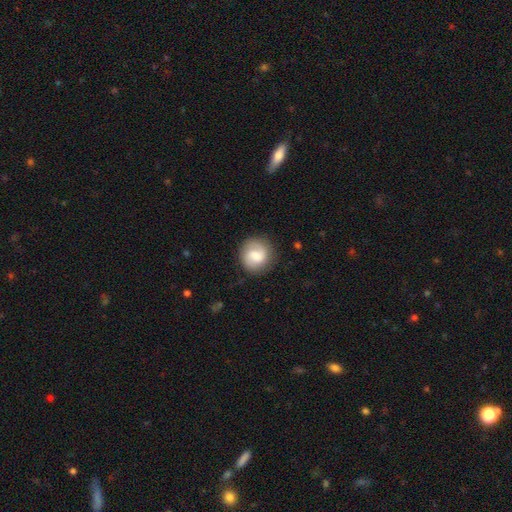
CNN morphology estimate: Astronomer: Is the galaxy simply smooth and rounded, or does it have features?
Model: smooth — 61%.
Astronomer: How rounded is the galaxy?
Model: round — 88%.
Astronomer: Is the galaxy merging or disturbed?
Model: none — 82%.